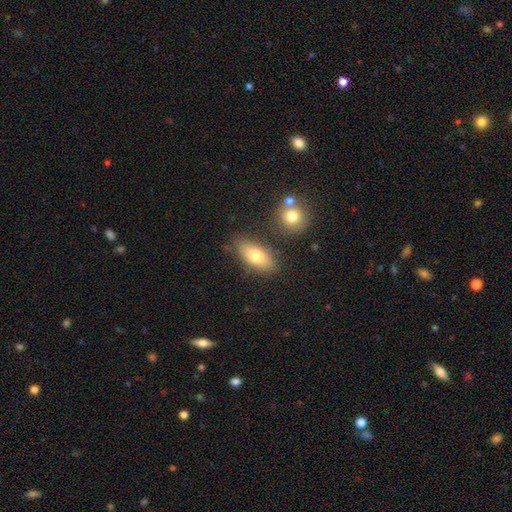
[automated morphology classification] smooth_or_featured: smooth (p=0.72) [alt: featured or disk p=0.20]
how_rounded: in between (p=0.85) [alt: cigar-shaped p=0.10]
merging: none (p=0.76) [alt: minor disturbance p=0.13]